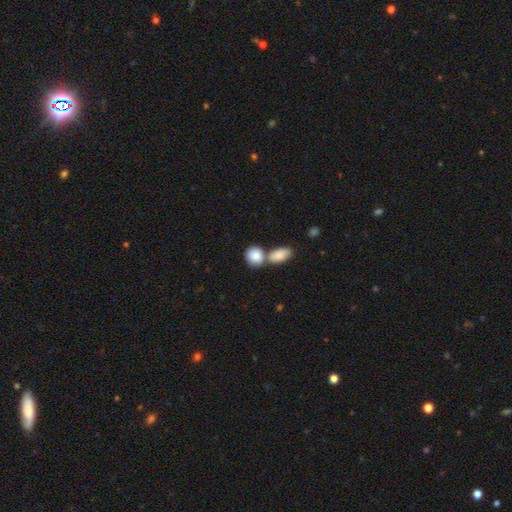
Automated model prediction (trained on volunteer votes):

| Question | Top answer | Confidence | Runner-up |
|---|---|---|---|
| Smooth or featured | smooth | 86% | featured or disk (8%) |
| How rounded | round | 49% | tied: in between (49%) |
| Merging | merger | 51% | none (37%) |